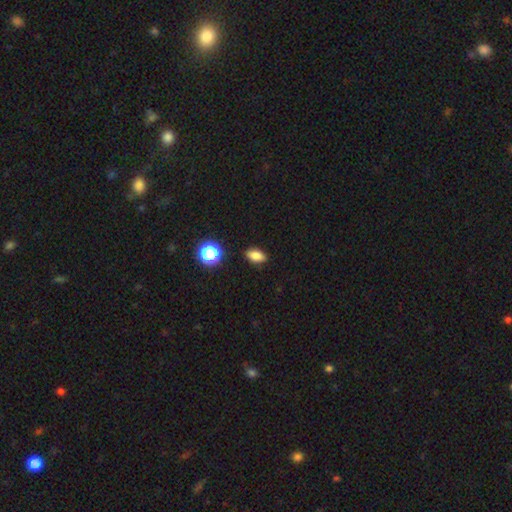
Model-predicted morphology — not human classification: smooth_or_featured: smooth (p=0.82) [alt: star or artifact p=0.12]
how_rounded: in between (p=0.85) [alt: round p=0.11]
merging: none (p=0.88) [alt: minor disturbance p=0.09]